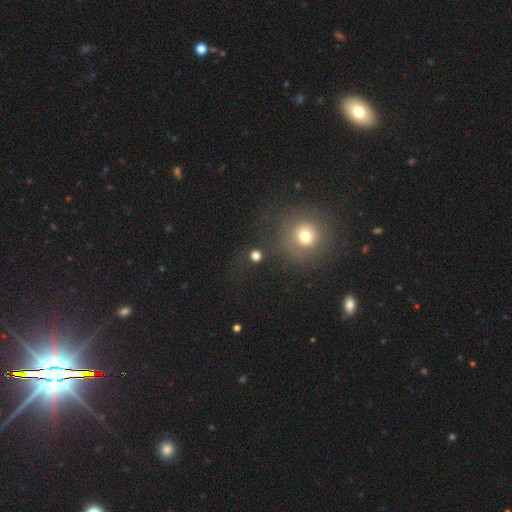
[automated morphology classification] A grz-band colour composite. It shows a smooth galaxy with no disk features (73%) that is round (91%). Merging: none (80%).